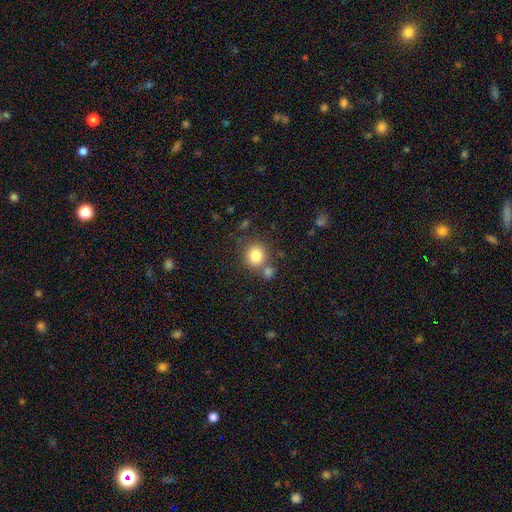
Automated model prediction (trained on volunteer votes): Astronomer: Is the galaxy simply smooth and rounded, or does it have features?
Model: smooth — 82%.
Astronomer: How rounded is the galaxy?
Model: round — 88%.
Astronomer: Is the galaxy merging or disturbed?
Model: none — 67%.